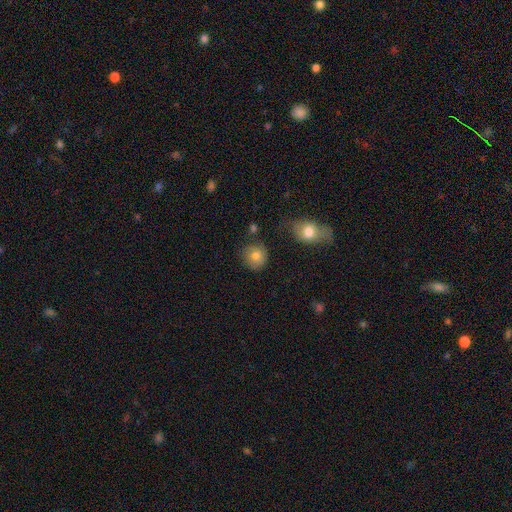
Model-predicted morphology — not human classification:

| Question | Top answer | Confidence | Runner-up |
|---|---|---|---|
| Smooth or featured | smooth | 79% | featured or disk (11%) |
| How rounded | round | 89% | in between (10%) |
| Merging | none | 78% | minor disturbance (14%) |